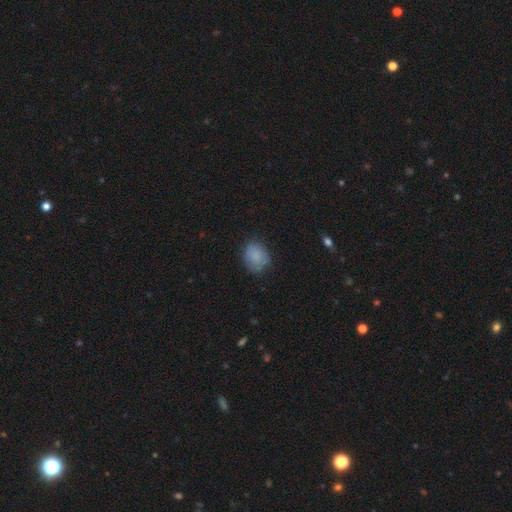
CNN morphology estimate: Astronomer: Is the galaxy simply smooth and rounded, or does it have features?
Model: smooth — 83%.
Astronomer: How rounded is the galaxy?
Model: in between — 54% (runner-up: round, 45%).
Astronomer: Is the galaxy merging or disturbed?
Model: none — 72%.